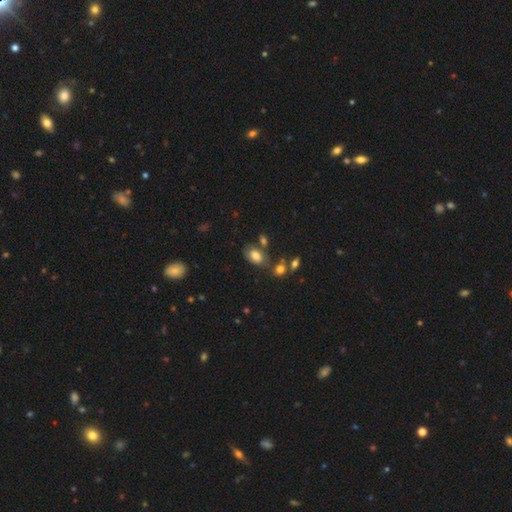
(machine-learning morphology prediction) The model was most divided on "merging": none: 58%, minor disturbance: 20%, merger: 16%, major disturbance: 7%. More confident: how rounded — in between (90%); smooth or featured — smooth (75%).